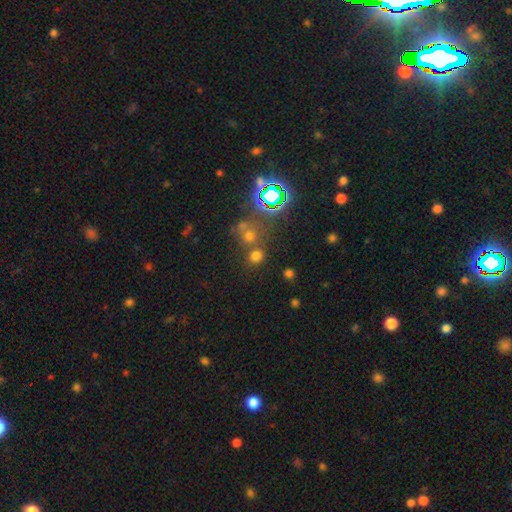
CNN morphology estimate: A smooth galaxy with no disk features (62%) that is round (83%).

Vote fractions:
- Smooth or featured? smooth: 62% / star or artifact: 31% / featured or disk: 7%
- How rounded? round: 83% / in between: 16% / cigar-shaped: 1%
- Merging? none: 67% / merger: 20% / minor disturbance: 8% / major disturbance: 4%